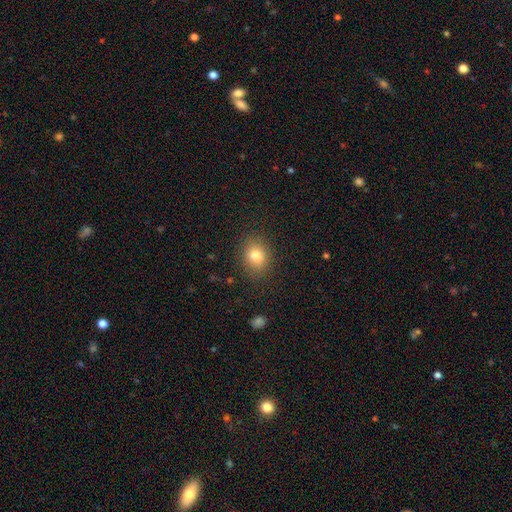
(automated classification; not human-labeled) Q: Smooth or featured?
A: smooth (82%); runner-up: star or artifact (10%)
Q: How rounded?
A: in between (50%); runner-up: round (49%)
Q: Merging?
A: none (85%); runner-up: minor disturbance (10%)